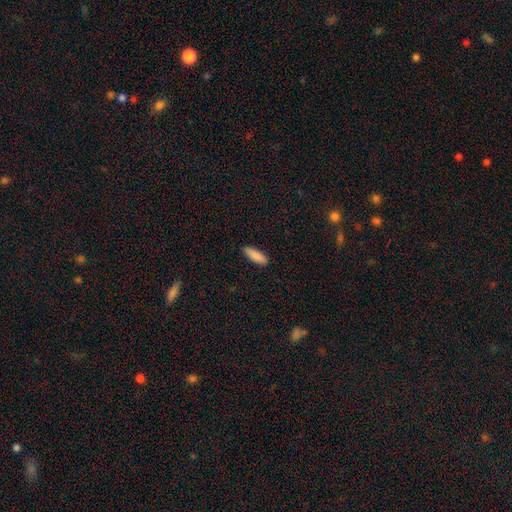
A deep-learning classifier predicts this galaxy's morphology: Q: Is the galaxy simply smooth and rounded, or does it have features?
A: smooth — 89%.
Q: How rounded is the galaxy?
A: in between — 57%.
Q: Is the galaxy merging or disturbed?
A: none — 90%.